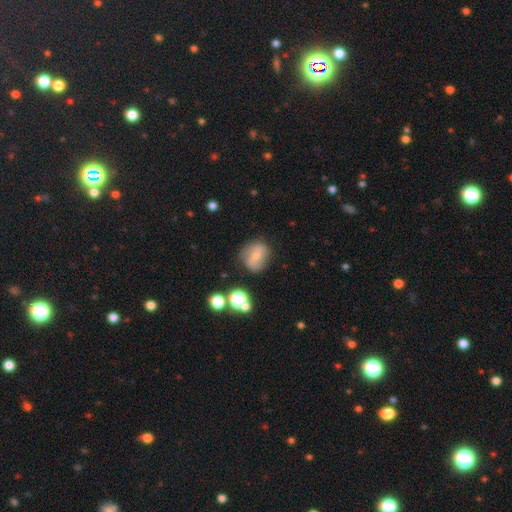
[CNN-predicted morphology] This is possibly a smooth galaxy (46%). Merging: likely none (67%).